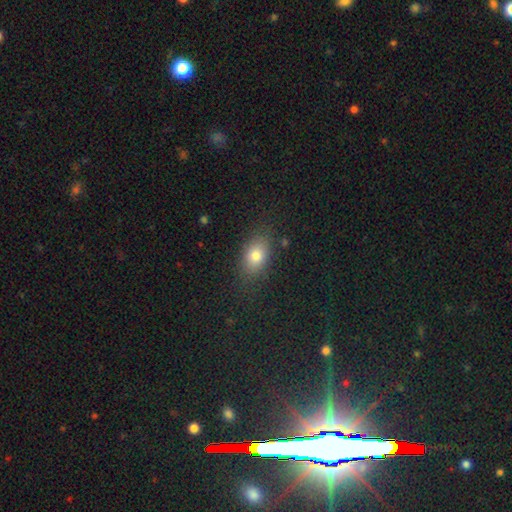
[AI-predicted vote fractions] Q: Smooth or featured?
A: smooth (79%); runner-up: featured or disk (11%)
Q: How rounded?
A: in between (79%); runner-up: round (19%)
Q: Merging?
A: none (81%); runner-up: minor disturbance (13%)